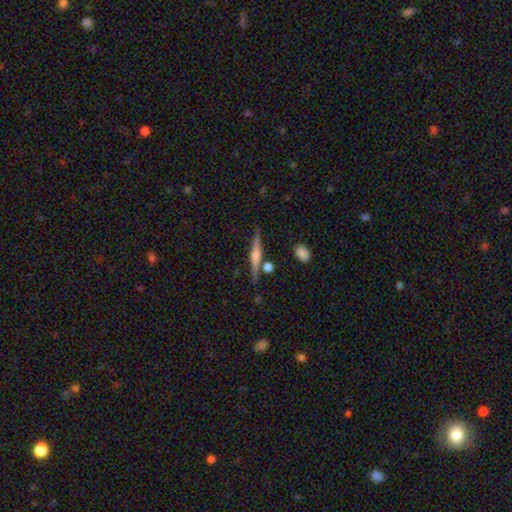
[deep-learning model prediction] smooth_or_featured: featured or disk (p=0.69) [alt: smooth p=0.24]
disk_edge_on: yes (p=0.98) [alt: no p=0.02]
edge_on_bulge: rounded (p=0.84) [alt: boxy p=0.08]
merging: none (p=0.84) [alt: minor disturbance p=0.09]